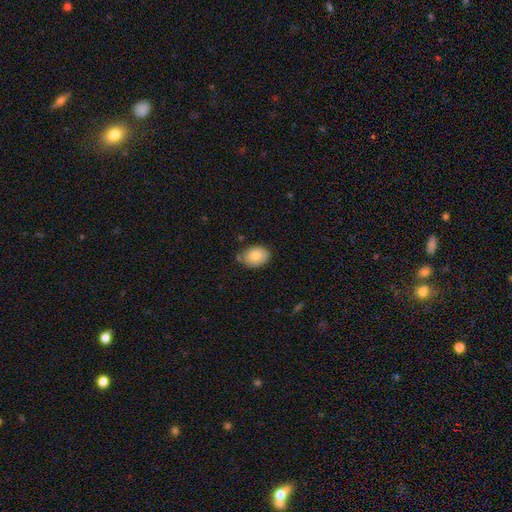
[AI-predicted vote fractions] A smooth galaxy with no disk features (81%) that is in between round and cigar-shaped (73%). Merging: none (76%).